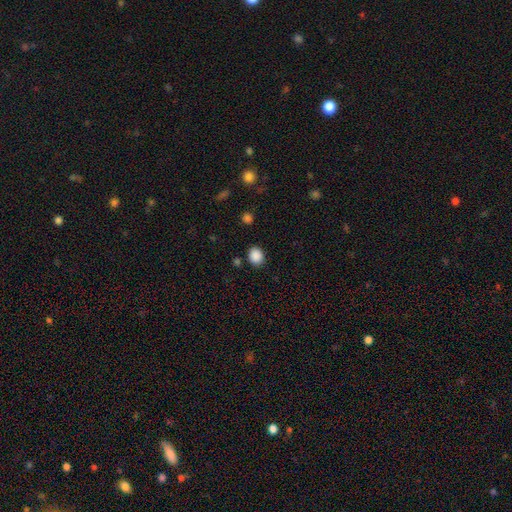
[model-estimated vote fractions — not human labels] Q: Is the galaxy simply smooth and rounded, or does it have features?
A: smooth — 88%.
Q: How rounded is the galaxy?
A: round — 59%.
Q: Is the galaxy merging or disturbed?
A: none — 85%.